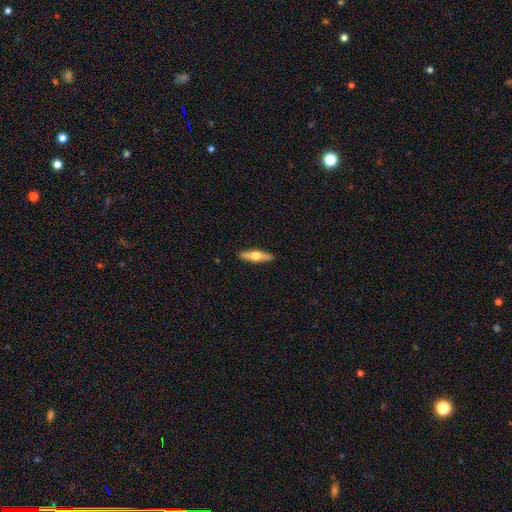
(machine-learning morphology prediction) This appears to be a featured or disk galaxy (55%) viewed edge-on (93%) with a rounded central bulge (95%). Merging: none (91%).